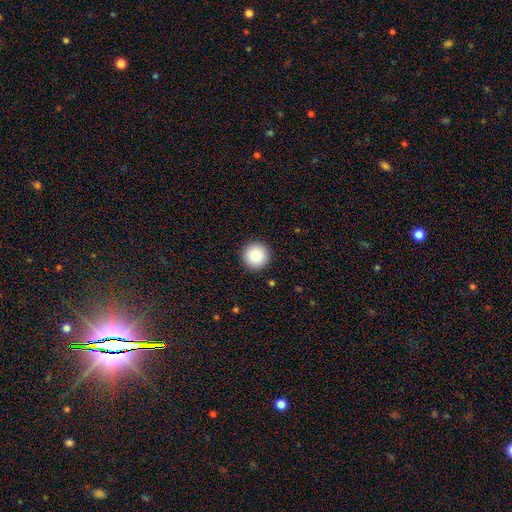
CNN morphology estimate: type=smooth (89%); roundness=round (97%); merging=none (92%).